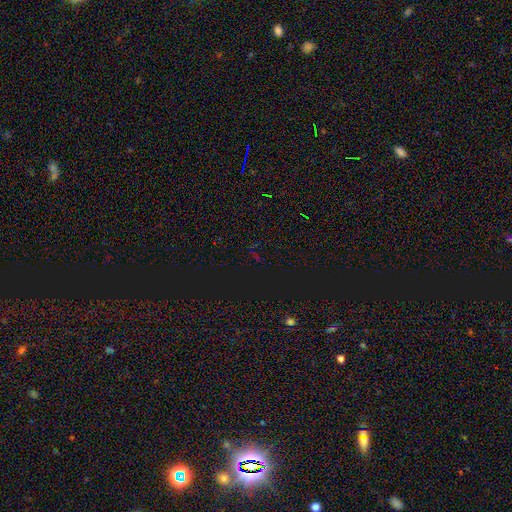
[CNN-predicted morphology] smooth_or_featured: star or artifact (p=0.75) [alt: smooth p=0.16]